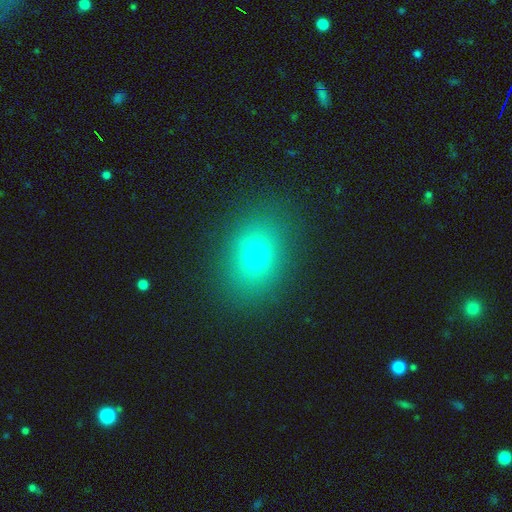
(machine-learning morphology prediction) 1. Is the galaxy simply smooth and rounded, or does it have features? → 71% smooth, 17% star or artifact, 12% featured or disk.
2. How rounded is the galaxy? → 57% in between, 42% round, 1% cigar-shaped.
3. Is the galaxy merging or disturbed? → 86% none, 9% minor disturbance, 4% major disturbance, 1% merger.